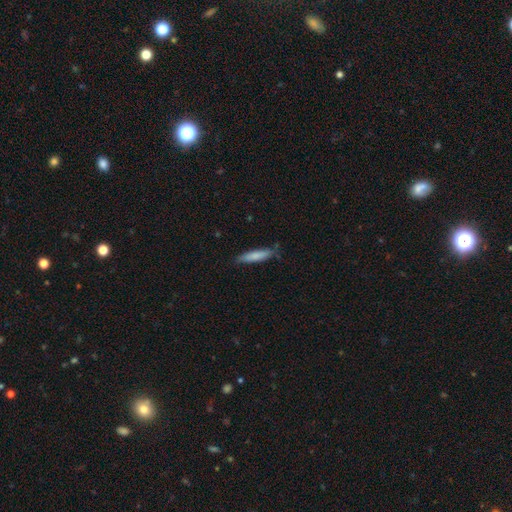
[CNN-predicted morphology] This is likely a smooth galaxy (79%). How rounded: clearly cigar-shaped (82%). Merging: likely none (78%).